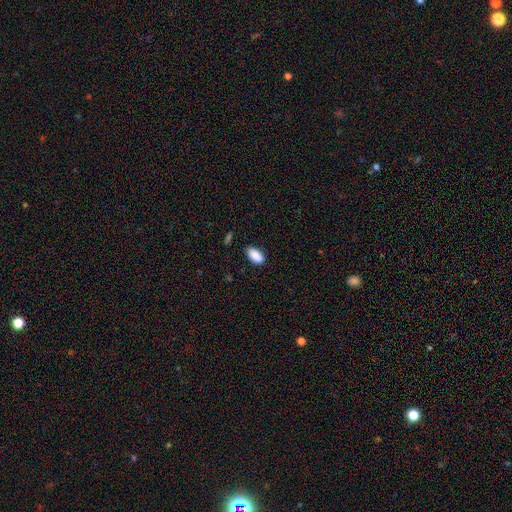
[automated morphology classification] Q: Smooth or featured?
A: smooth (90%); runner-up: star or artifact (7%)
Q: How rounded?
A: in between (91%); runner-up: cigar-shaped (6%)
Q: Merging?
A: none (84%); runner-up: minor disturbance (12%)